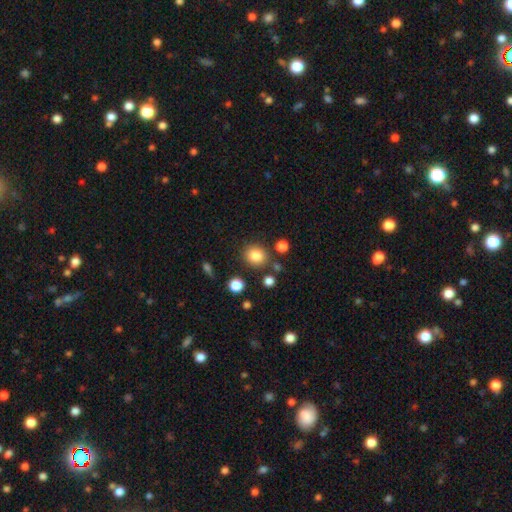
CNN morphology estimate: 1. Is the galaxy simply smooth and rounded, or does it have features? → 84% smooth, 11% star or artifact, 6% featured or disk.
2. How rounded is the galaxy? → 79% round, 20% in between, 1% cigar-shaped.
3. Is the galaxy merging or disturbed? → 83% none, 9% minor disturbance, 5% merger, 3% major disturbance.